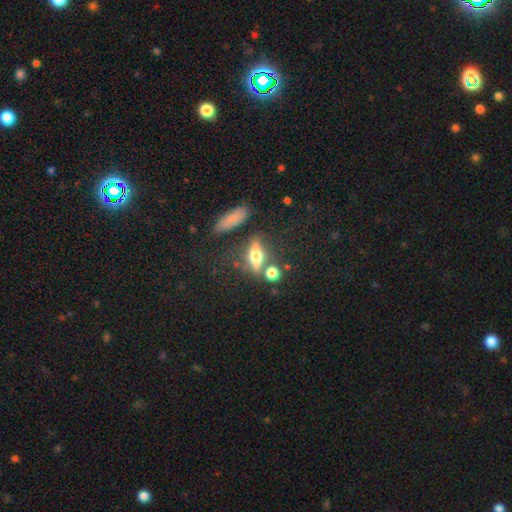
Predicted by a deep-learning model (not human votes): smooth-or-featured: smooth: 48% | featured or disk: 39% | star or artifact: 13%
  merging: none: 66% | minor disturbance: 14% | merger: 13% | major disturbance: 7%